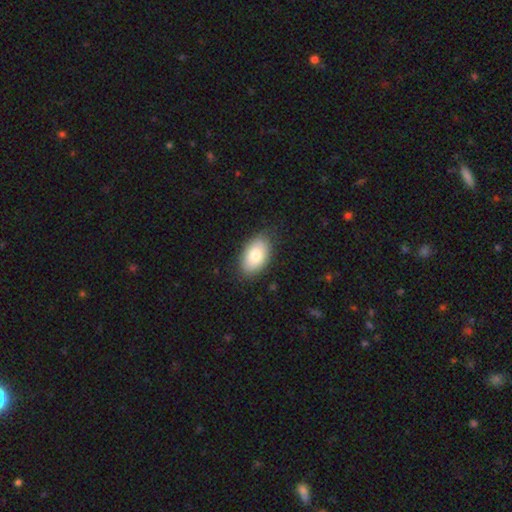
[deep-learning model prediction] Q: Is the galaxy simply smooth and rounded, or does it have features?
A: smooth — 80%.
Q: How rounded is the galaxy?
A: in between — 93%.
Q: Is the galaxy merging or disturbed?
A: none — 84%.